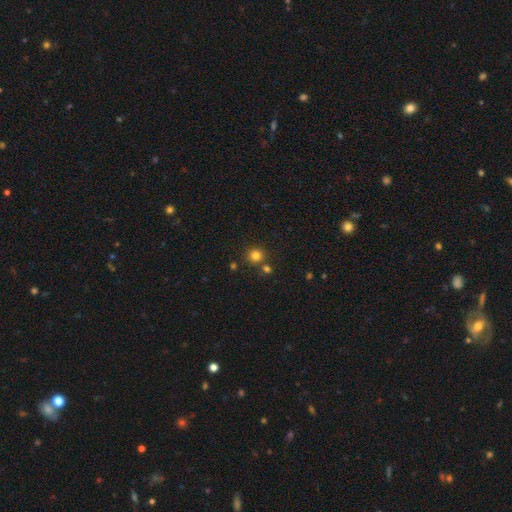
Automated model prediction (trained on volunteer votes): Morphology: type=smooth (80%); roundness=round (92%); merging=none (77%).